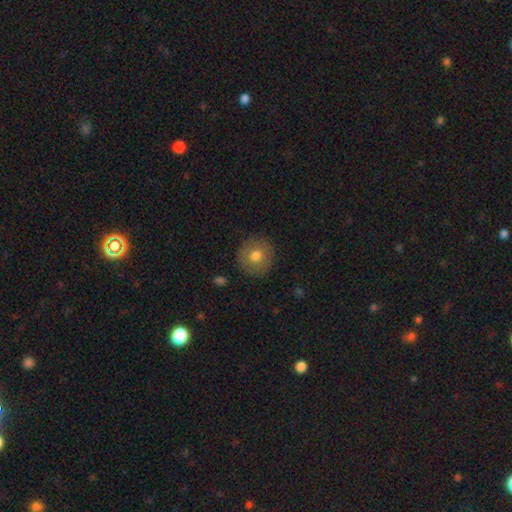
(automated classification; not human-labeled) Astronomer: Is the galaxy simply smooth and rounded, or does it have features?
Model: smooth — 72%.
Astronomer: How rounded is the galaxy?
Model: round — 94%.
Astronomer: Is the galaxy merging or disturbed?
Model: none — 89%.